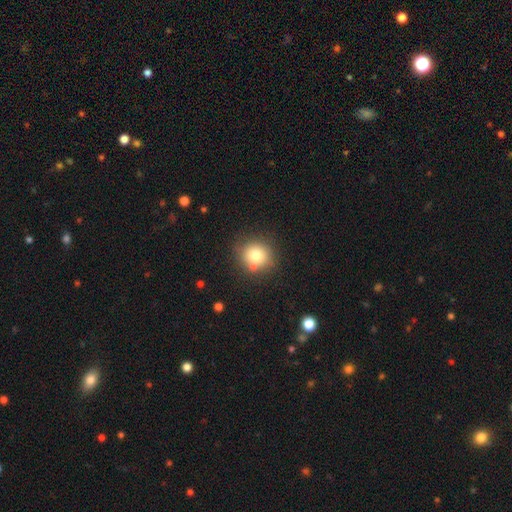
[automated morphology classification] This is likely a smooth galaxy (77%). How rounded: clearly round (87%). Merging: likely none (77%).